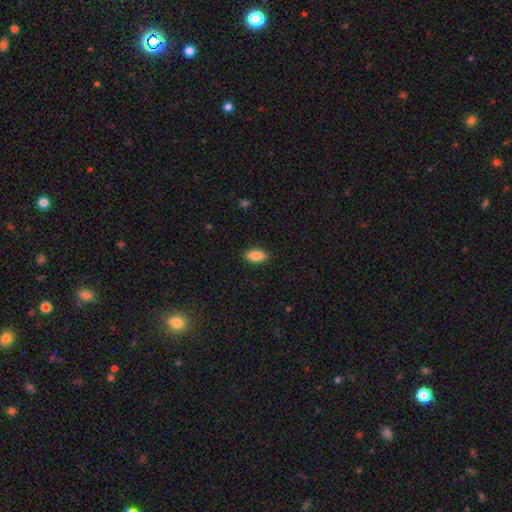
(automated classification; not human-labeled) Morphology: type=smooth (87%); roundness=in between (90%); merging=none (89%).